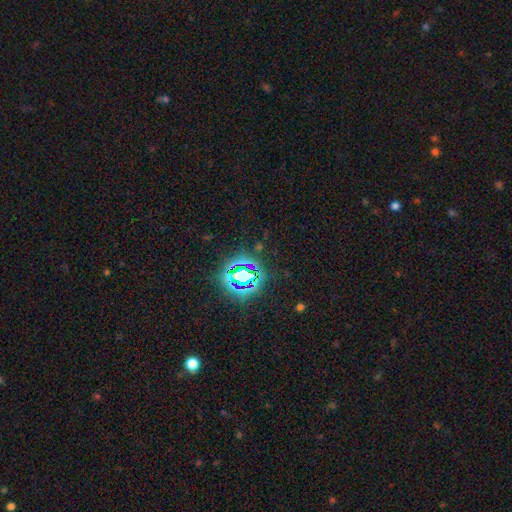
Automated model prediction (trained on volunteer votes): Smooth or featured?
  - star or artifact: 82% *
  - smooth: 12%
  - featured or disk: 6%